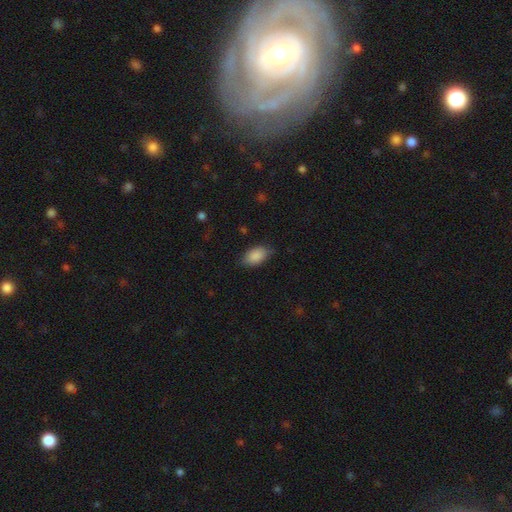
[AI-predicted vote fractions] Smooth or featured? Predicted: smooth (p=0.88). How rounded? Predicted: in between (p=0.92). Merging? Predicted: none (p=0.77).